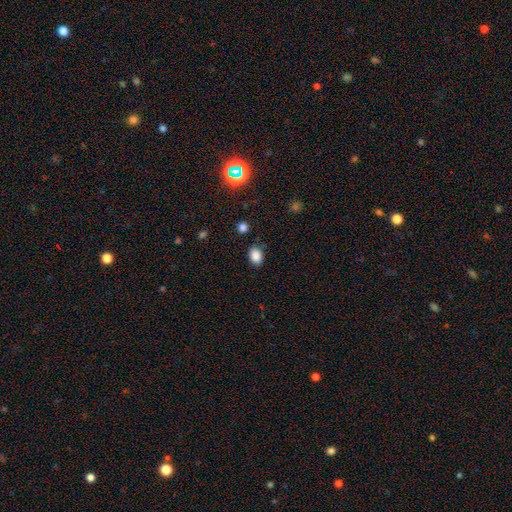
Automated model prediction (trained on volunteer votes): smooth-or-featured: smooth: 86% | star or artifact: 10% | featured or disk: 4%
  how-rounded: in between: 74% | round: 25% | cigar-shaped: 1%
  merging: none: 83% | minor disturbance: 12% | major disturbance: 3% | merger: 2%